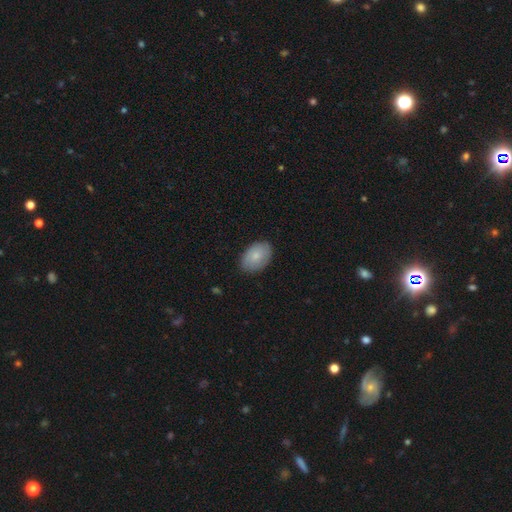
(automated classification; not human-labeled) This appears to be a smooth galaxy with no disk features (79%) that is in between round and cigar-shaped (88%). Merging: none (84%).